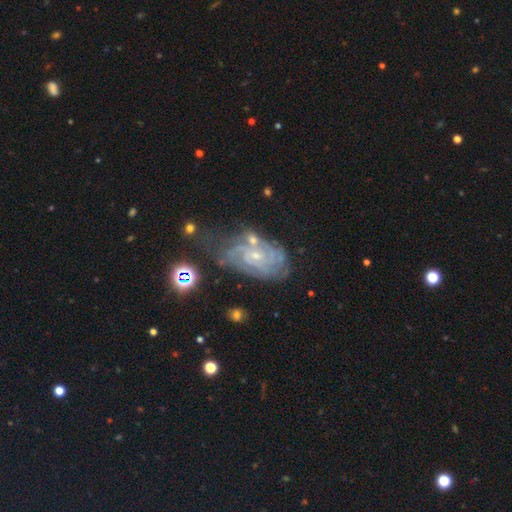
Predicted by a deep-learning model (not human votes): Smooth or featured? Predicted: featured or disk (p=0.83). Edge-on disk? Predicted: no (p=0.96). Bar? Predicted: no (p=0.64). Spiral arms? Predicted: yes (p=0.95). Spiral winding? Predicted: tight (p=0.67). Spiral arm count? Predicted: can't tell (p=0.36). Bulge size? Predicted: small (p=0.74). Merging? Predicted: none (p=0.49).